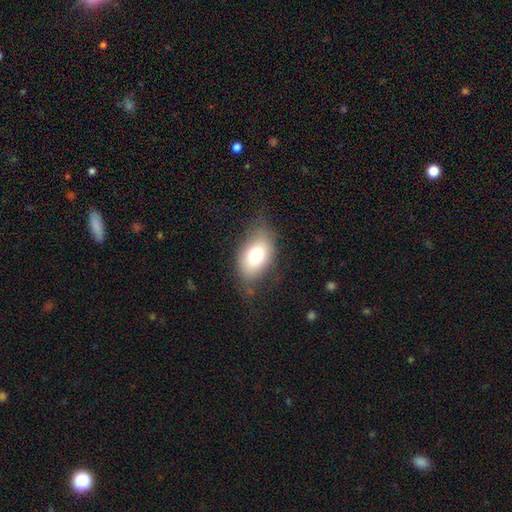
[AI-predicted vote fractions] Smooth or featured?
  - smooth: 72% *
  - featured or disk: 19%
  - star or artifact: 9%
How rounded?
  - in between: 87% *
  - round: 12%
  - cigar-shaped: 2%
Merging?
  - none: 68% *
  - minor disturbance: 22%
  - major disturbance: 9%
  - merger: 1%